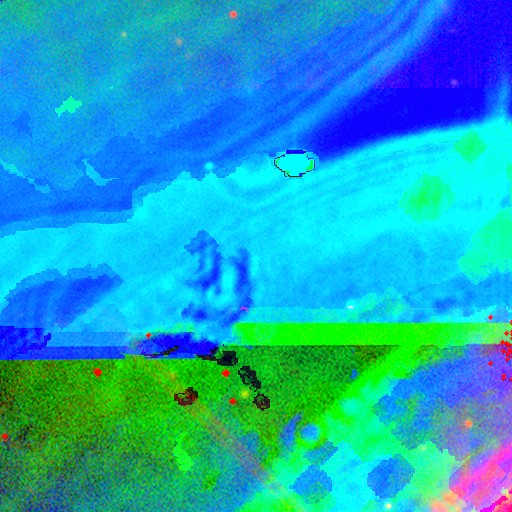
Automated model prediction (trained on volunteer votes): A star or artifact, not a galaxy (88%).